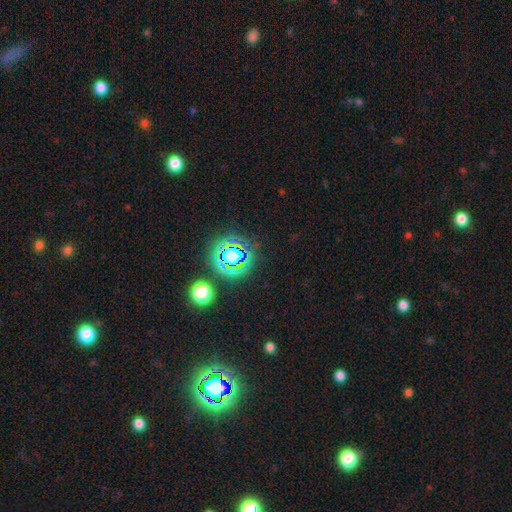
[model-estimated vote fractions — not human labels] star or artifact 79%, smooth 14%, featured or disk 7%.